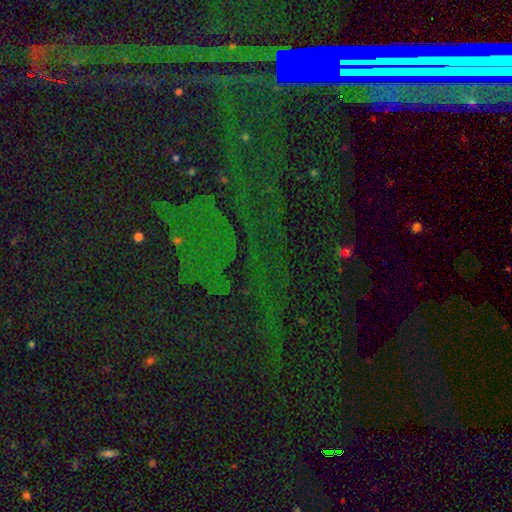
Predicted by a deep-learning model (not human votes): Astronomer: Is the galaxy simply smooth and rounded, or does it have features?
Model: star or artifact — 79%.